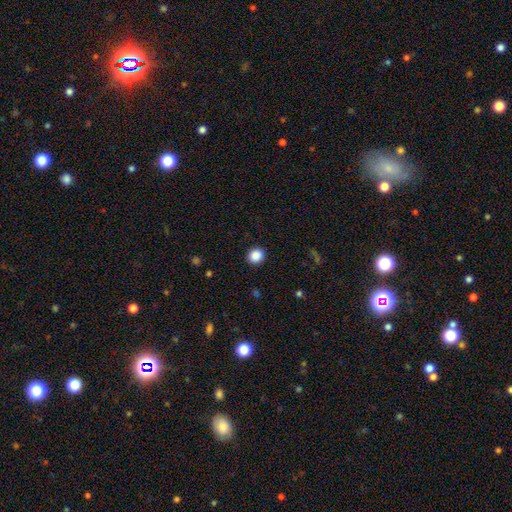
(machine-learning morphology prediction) A smooth galaxy with no disk features (87%) that is round (84%).

Vote fractions:
- Smooth or featured? smooth: 87% / star or artifact: 10% / featured or disk: 3%
- How rounded? round: 84% / in between: 15% / cigar-shaped: 1%
- Merging? none: 92% / minor disturbance: 5% / major disturbance: 2% / merger: 1%